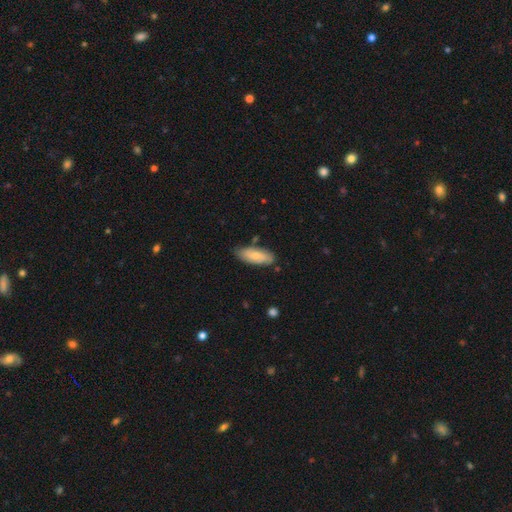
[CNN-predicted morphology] Smooth or featured? Predicted: smooth (p=0.69). How rounded? Predicted: in between (p=0.78). Merging? Predicted: none (p=0.75).